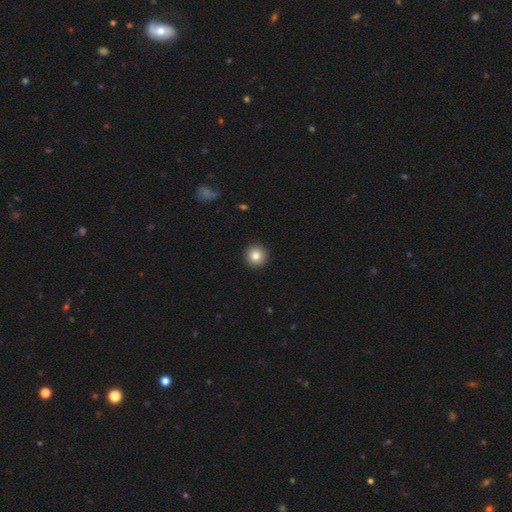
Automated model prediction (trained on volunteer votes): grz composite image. It shows a smooth galaxy with no disk features (83%) that is round (96%). Merging: none (94%).